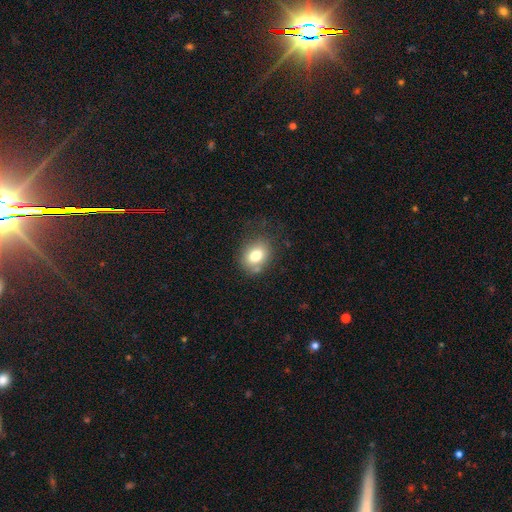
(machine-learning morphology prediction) Overall: smooth (77%). How rounded: in between (52%; round 47%). Merging: none (70%).